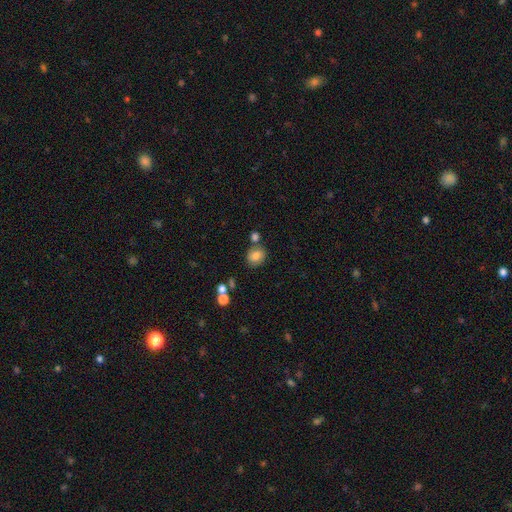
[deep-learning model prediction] Morphology: type=smooth (80%); roundness=round (64%); merging=none (72%).